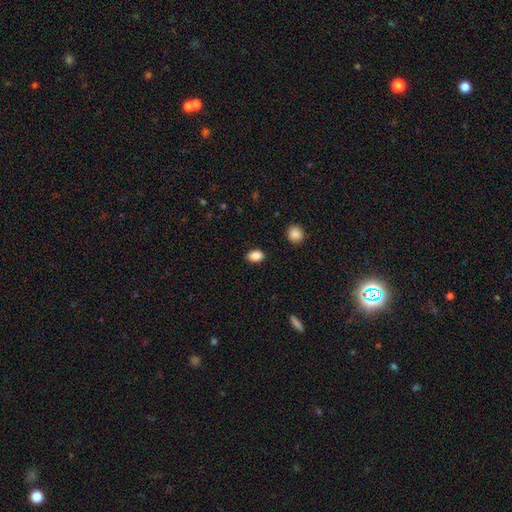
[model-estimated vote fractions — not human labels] Q: Smooth or featured?
A: smooth (88%); runner-up: star or artifact (9%)
Q: How rounded?
A: in between (78%); runner-up: round (21%)
Q: Merging?
A: none (88%); runner-up: minor disturbance (8%)